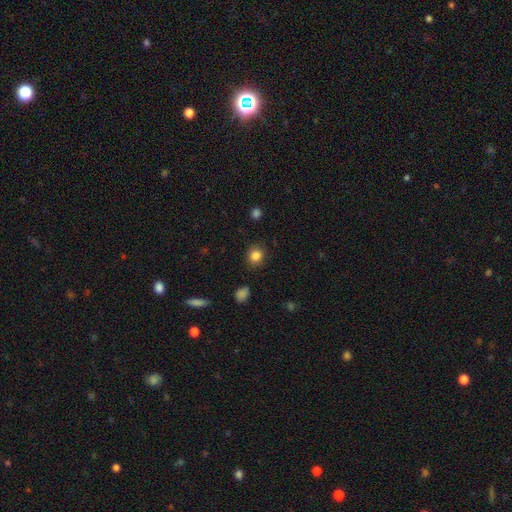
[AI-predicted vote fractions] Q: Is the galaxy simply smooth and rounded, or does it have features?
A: smooth — 84%.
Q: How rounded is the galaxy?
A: round — 81%.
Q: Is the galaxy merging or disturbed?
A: none — 87%.